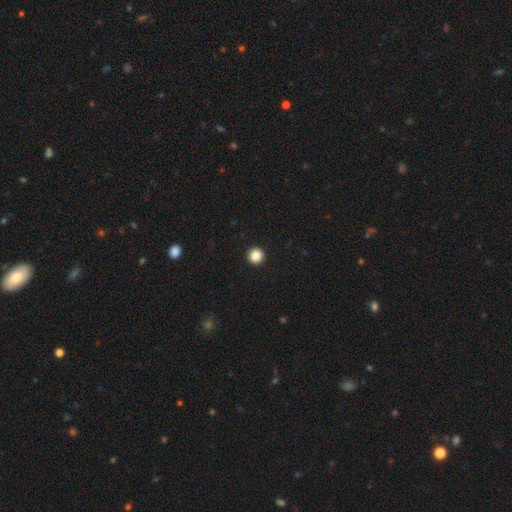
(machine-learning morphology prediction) smooth-or-featured: smooth: 87% | star or artifact: 10% | featured or disk: 4%
  how-rounded: round: 97% | in between: 3% | cigar-shaped: 1%
  merging: none: 95% | minor disturbance: 3% | major disturbance: 1% | merger: 1%